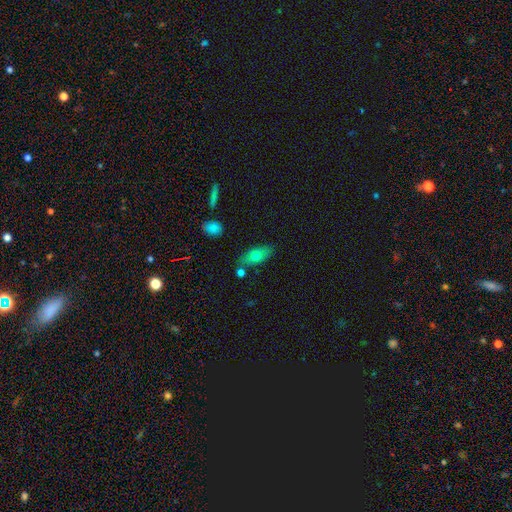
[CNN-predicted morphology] A smooth galaxy with no disk features (71%) that is in between round and cigar-shaped (83%).

Vote fractions:
- Smooth or featured? smooth: 71% / featured or disk: 21% / star or artifact: 8%
- How rounded? in between: 83% / cigar-shaped: 12% / round: 5%
- Merging? none: 73% / minor disturbance: 15% / merger: 9% / major disturbance: 4%